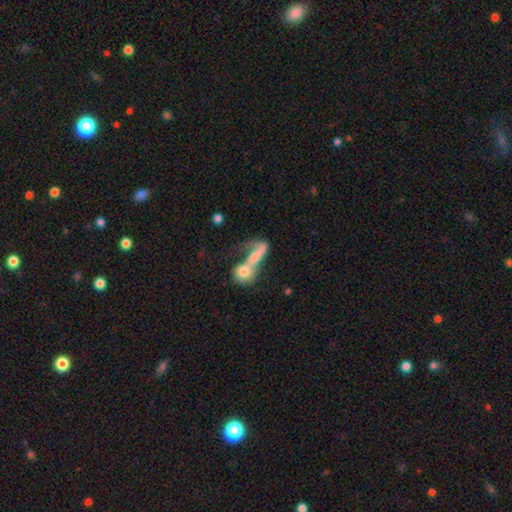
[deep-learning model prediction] This is likely a smooth galaxy (62%). How rounded: possibly in between (53%). Merging: likely merger (69%).